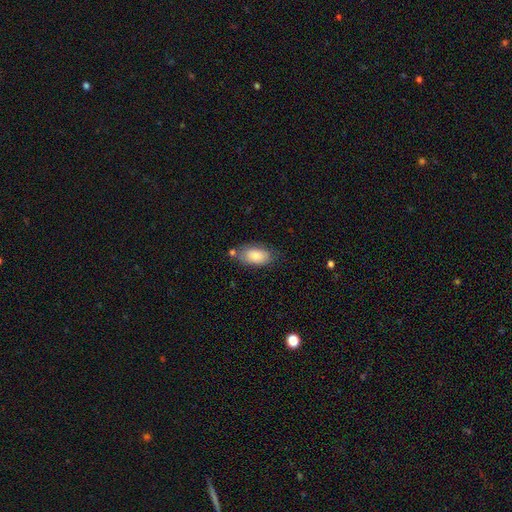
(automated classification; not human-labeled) Morphology: type=smooth (82%); roundness=in between (93%); merging=none (66%).